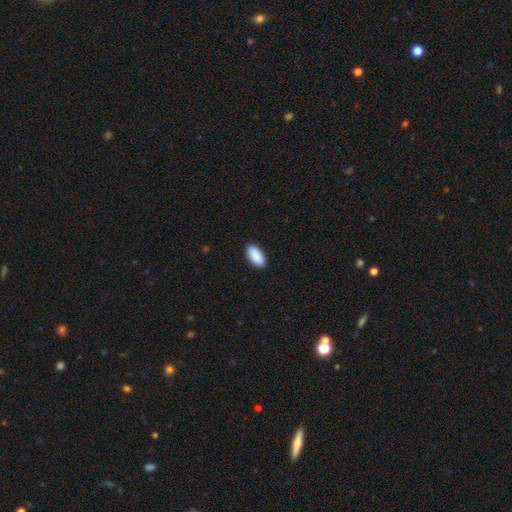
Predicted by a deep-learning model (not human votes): Overall: smooth (91%). How rounded: in between (95%). Merging: none (91%).